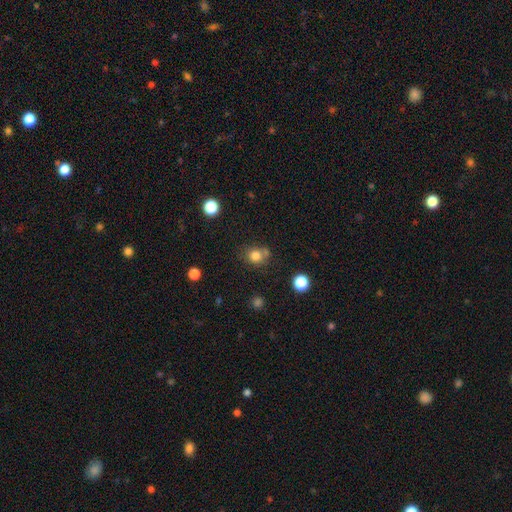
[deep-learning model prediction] Morphology: type=smooth (80%); roundness=round (80%); merging=none (63%).